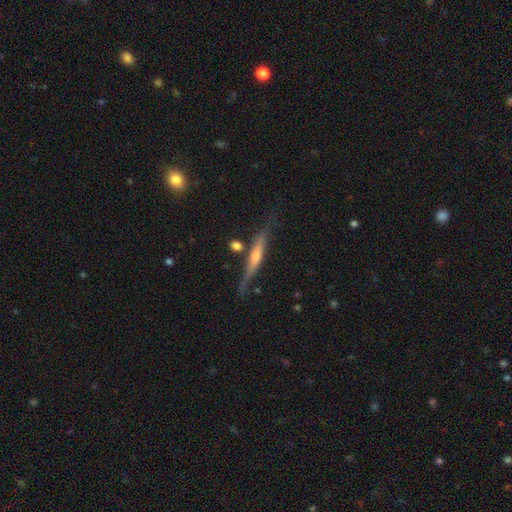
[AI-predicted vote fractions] Smooth or featured: featured or disk — 72% (smooth — 21%)
Edge-on disk: yes — 96% (no — 4%)
Edge-on bulge: rounded — 66% (none — 21%)
Merging: none — 75% (minor disturbance — 17%)